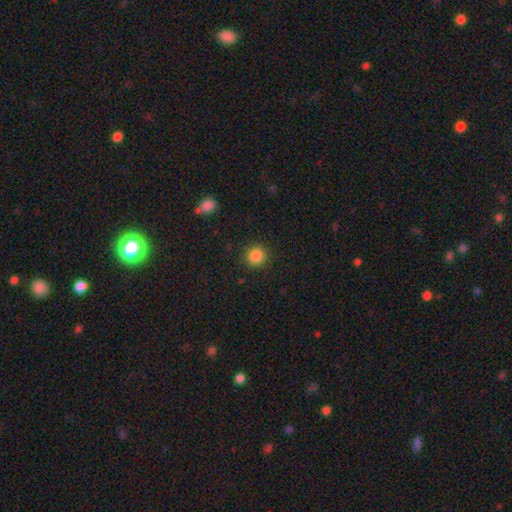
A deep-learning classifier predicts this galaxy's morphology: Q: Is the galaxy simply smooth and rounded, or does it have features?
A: smooth — 85%.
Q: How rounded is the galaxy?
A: round — 91%.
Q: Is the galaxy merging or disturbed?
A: none — 90%.